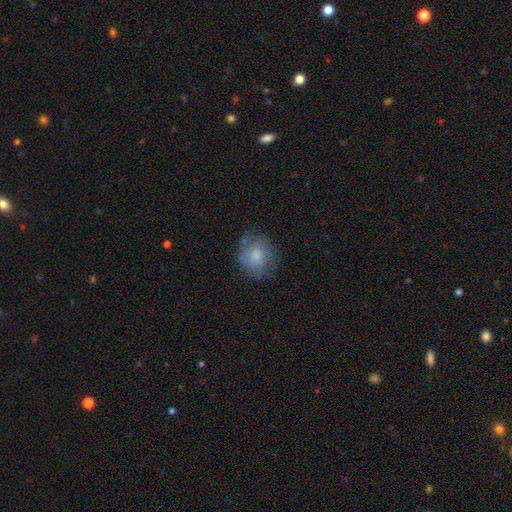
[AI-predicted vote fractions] Q: Smooth or featured?
A: smooth (70%); runner-up: featured or disk (22%)
Q: How rounded?
A: round (75%); runner-up: in between (24%)
Q: Merging?
A: none (67%); runner-up: minor disturbance (23%)